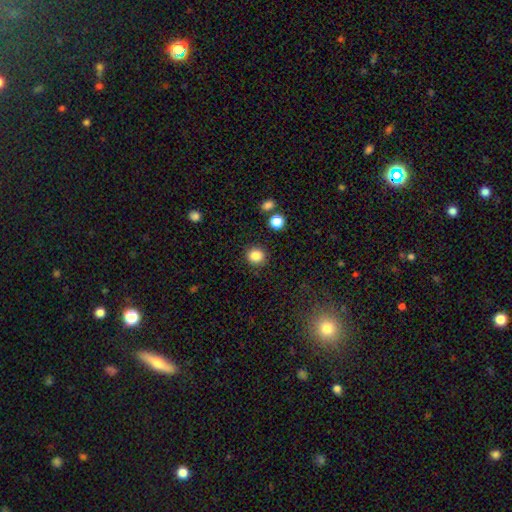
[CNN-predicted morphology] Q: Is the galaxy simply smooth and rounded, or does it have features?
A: smooth — 84%.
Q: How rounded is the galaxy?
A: round — 85%.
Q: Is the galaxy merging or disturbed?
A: none — 90%.